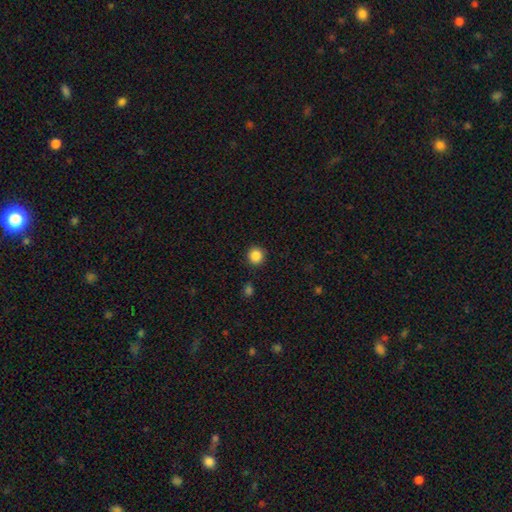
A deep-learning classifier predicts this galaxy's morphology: Smooth or featured: smooth — 86% (star or artifact — 10%)
How rounded: round — 93% (in between — 6%)
Merging: none — 90% (minor disturbance — 6%)